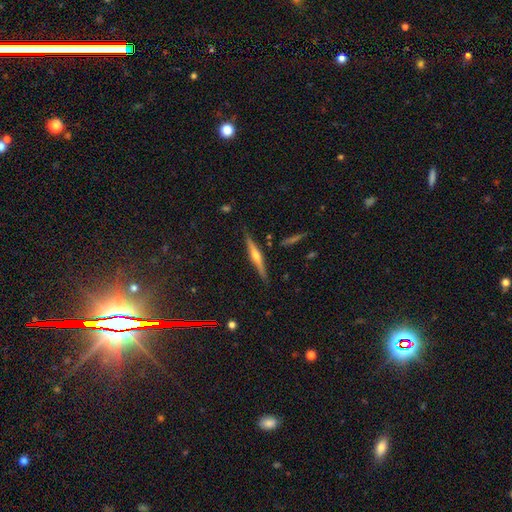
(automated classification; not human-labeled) Overall: featured or disk (72%). Edge-on disk: yes (97%). Edge-on bulge: rounded (86%). Merging: none (87%).